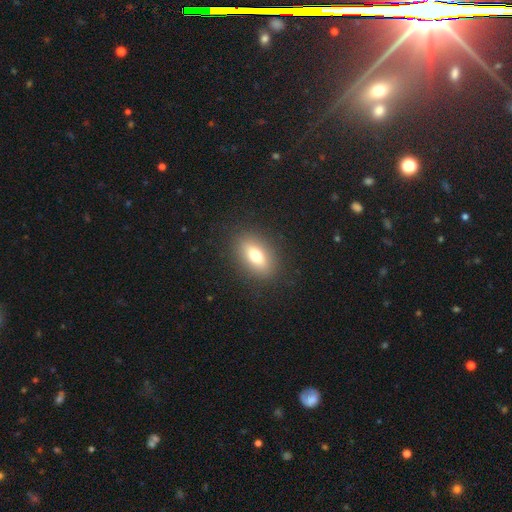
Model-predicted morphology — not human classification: smooth-or-featured: smooth: 74% | featured or disk: 17% | star or artifact: 9%
  how-rounded: in between: 82% | cigar-shaped: 10% | round: 8%
  merging: none: 88% | minor disturbance: 8% | major disturbance: 3% | merger: 1%